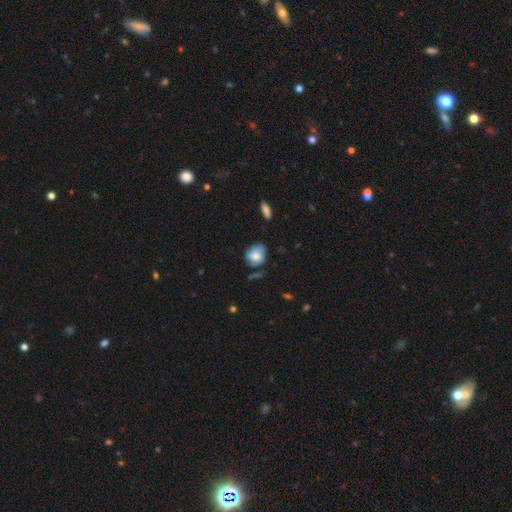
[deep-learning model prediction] Smooth or featured? smooth (67%)
How rounded? round (51%)
Merging? none (51%)